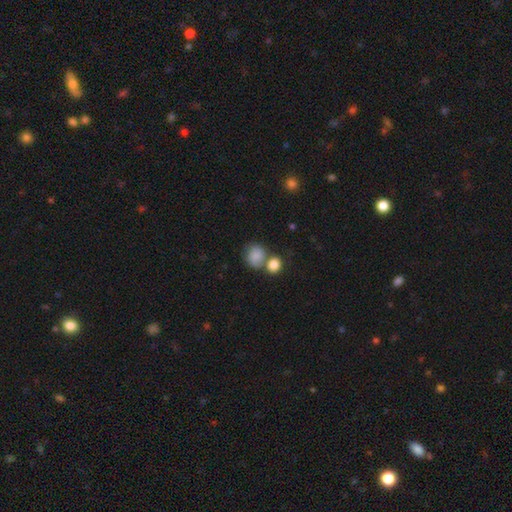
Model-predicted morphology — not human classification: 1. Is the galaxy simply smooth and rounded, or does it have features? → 84% smooth, 8% featured or disk, 8% star or artifact.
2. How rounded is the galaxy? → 67% round, 32% in between, 1% cigar-shaped.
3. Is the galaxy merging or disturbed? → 42% merger, 41% none, 12% minor disturbance, 5% major disturbance.